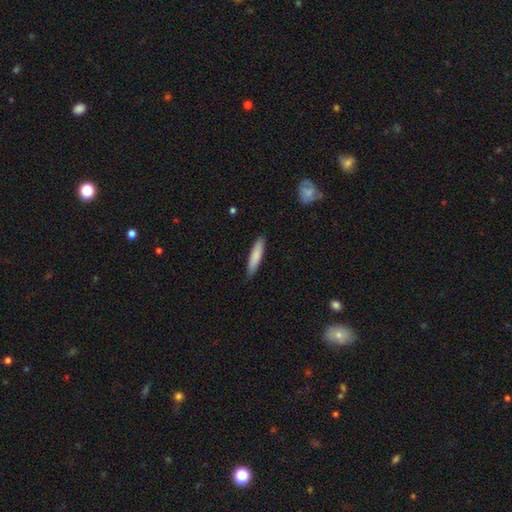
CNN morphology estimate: This is clearly a smooth galaxy (82%). How rounded: clearly cigar-shaped (82%). Merging: clearly none (86%).